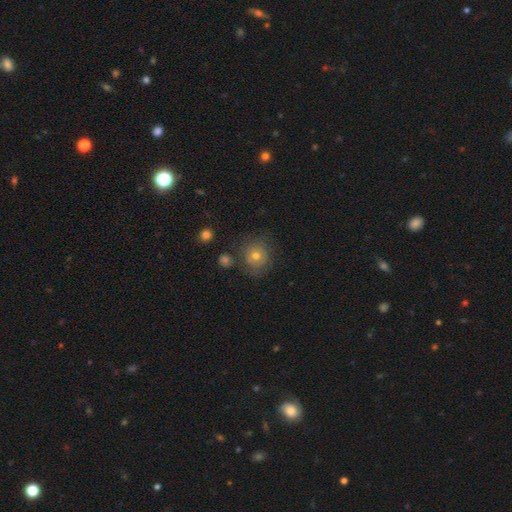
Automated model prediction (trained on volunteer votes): Smooth or featured?
  - smooth: 53% *
  - featured or disk: 34%
  - star or artifact: 12%
How rounded?
  - round: 84% *
  - in between: 16%
  - cigar-shaped: 1%
Merging?
  - none: 72% *
  - minor disturbance: 16%
  - major disturbance: 8%
  - merger: 4%